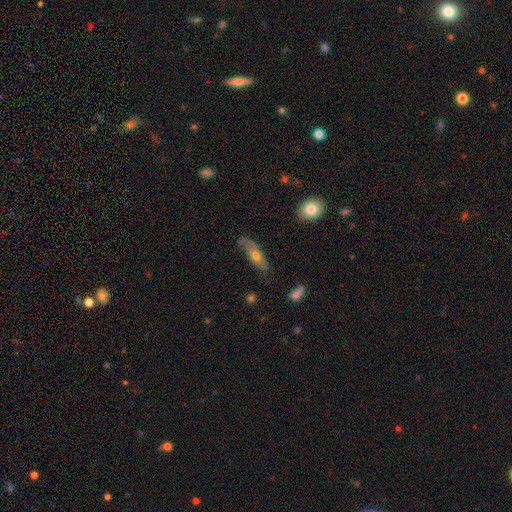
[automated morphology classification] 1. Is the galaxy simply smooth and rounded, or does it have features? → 51% smooth, 41% featured or disk, 8% star or artifact.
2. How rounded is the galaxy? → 52% in between, 44% cigar-shaped, 4% round.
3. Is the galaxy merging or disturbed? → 58% none, 28% minor disturbance, 11% major disturbance, 3% merger.